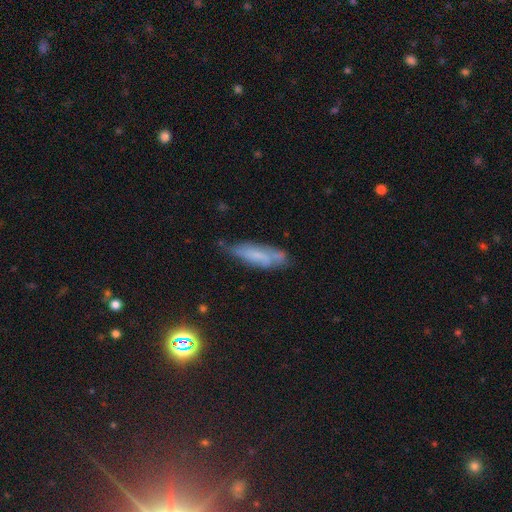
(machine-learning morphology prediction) Q: Smooth or featured?
A: smooth (44%); runner-up: featured or disk (41%)
Q: Merging?
A: none (60%); runner-up: minor disturbance (28%)